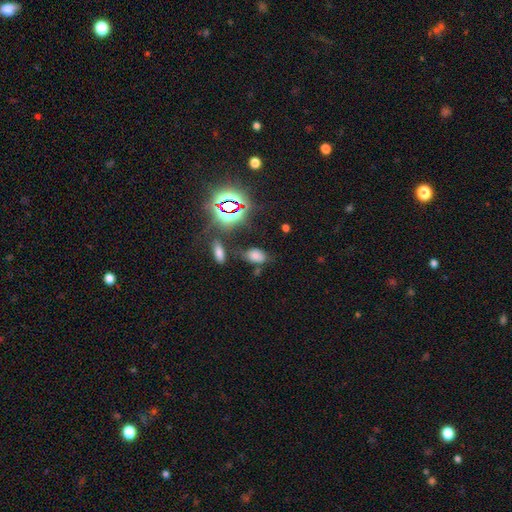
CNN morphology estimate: type=smooth (64%); roundness=in between (88%); merging=none (63%).